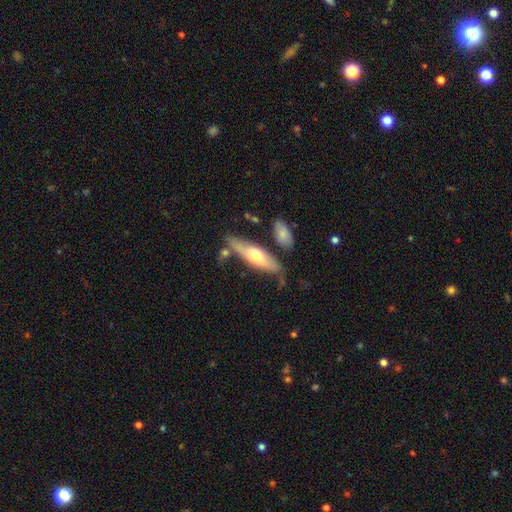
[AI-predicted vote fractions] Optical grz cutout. It shows a featured or disk galaxy (47%, tied with smooth). Merging: none (63%).